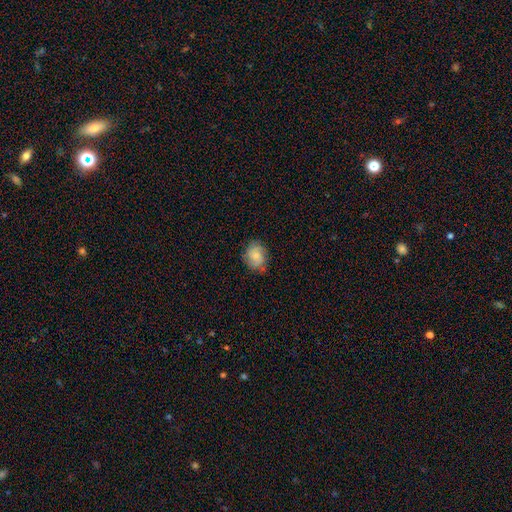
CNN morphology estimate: type=smooth (69%); roundness=round (53%); merging=none (76%).